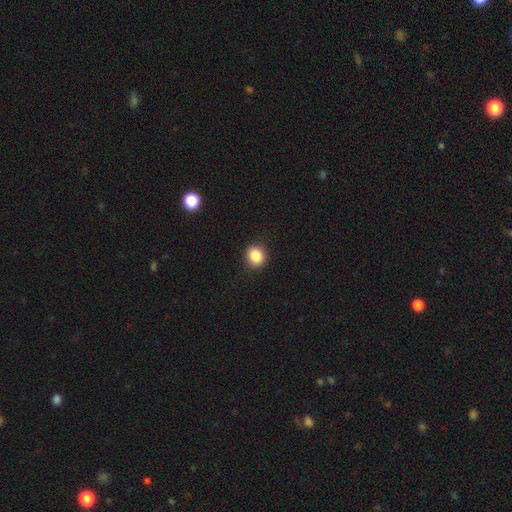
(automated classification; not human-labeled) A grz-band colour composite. It shows a smooth galaxy with no disk features (86%) that is round (81%). Merging: none (90%).